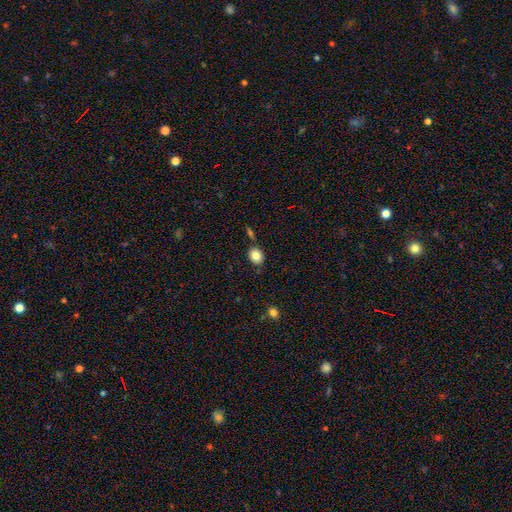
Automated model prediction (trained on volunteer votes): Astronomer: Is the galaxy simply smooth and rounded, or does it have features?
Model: smooth — 84%.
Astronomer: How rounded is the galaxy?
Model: round — 56% (runner-up: in between, 42%).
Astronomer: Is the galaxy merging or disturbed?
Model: none — 78%.